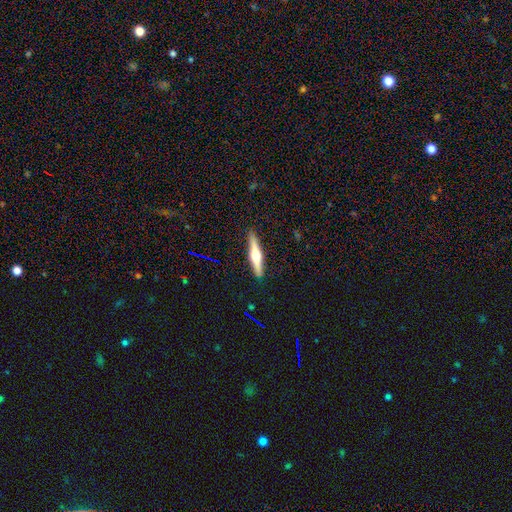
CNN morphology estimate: Overall: featured or disk (63%; smooth 31%). Edge-on disk: yes (97%). Edge-on bulge: rounded (93%). Merging: none (90%).